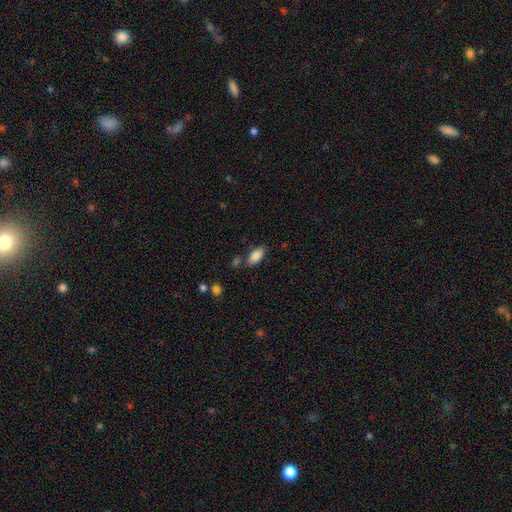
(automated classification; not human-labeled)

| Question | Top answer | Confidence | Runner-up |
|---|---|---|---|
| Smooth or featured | smooth | 86% | star or artifact (7%) |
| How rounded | in between | 90% | cigar-shaped (8%) |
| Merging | none | 76% | minor disturbance (14%) |